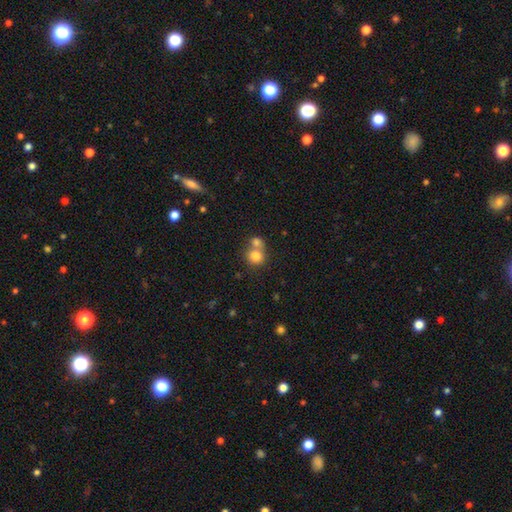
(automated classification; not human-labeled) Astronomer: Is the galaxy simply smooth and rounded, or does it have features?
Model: smooth — 79%.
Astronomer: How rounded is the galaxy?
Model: round — 80%.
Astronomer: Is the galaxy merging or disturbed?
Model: merger — 52% (runner-up: none, 38%).